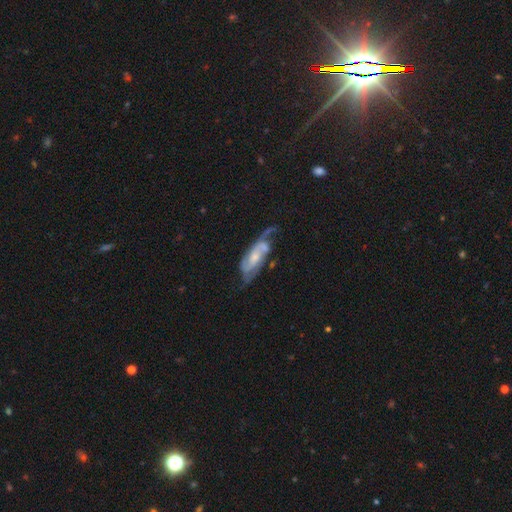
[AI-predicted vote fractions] Smooth or featured? Predicted: featured or disk (p=0.80). Edge-on disk? Predicted: no (p=0.90). Bar? Predicted: no (p=0.49). Spiral arms? Predicted: yes (p=0.94). Spiral winding? Predicted: medium (p=0.44). Spiral arm count? Predicted: 2 (p=0.69). Bulge size? Predicted: small (p=0.45). Merging? Predicted: none (p=0.52).